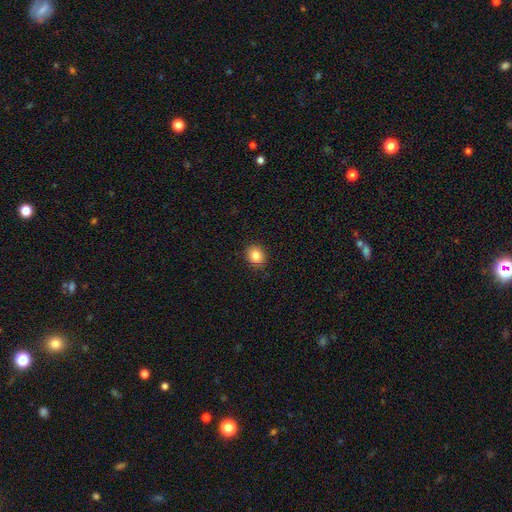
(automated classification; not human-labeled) Smooth or featured: smooth — 83% (star or artifact — 10%)
How rounded: round — 72% (in between — 27%)
Merging: none — 90% (minor disturbance — 7%)